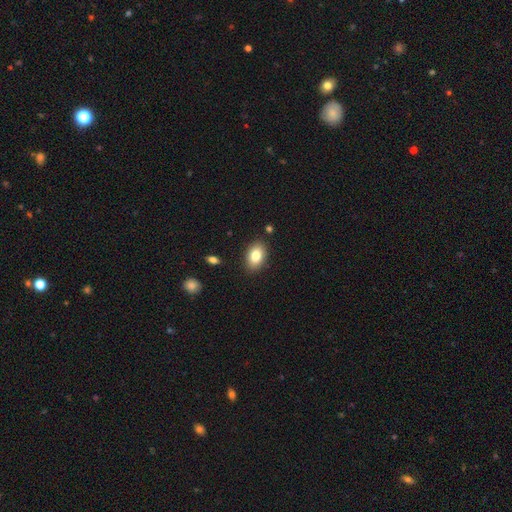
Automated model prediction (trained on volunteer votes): smooth-or-featured: smooth: 82% | featured or disk: 10% | star or artifact: 8%
  how-rounded: in between: 88% | round: 10% | cigar-shaped: 1%
  merging: none: 86% | minor disturbance: 9% | major disturbance: 2% | merger: 2%